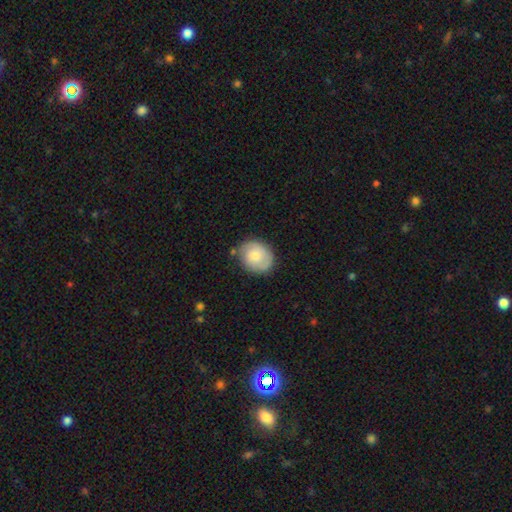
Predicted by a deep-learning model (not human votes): This is likely a smooth galaxy (61%). How rounded: likely round (65%). Merging: likely none (75%).